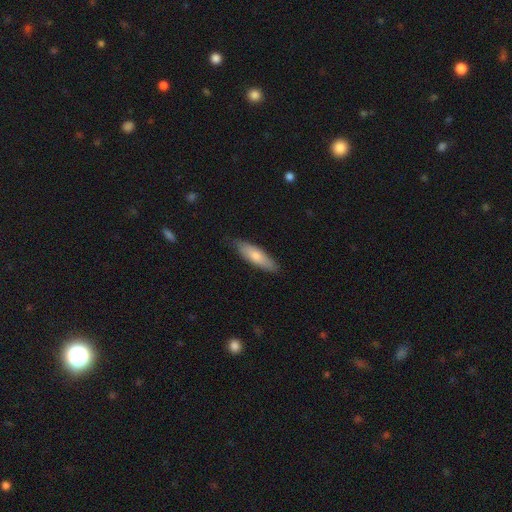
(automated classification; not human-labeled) This appears to be a smooth galaxy with no disk features (72%) that is cigar-shaped (55%). Merging: none (83%).